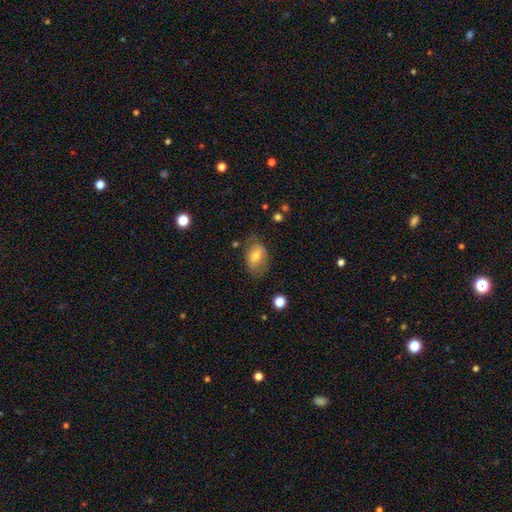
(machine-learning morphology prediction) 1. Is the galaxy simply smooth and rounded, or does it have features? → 63% smooth, 29% featured or disk, 8% star or artifact.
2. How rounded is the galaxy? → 82% in between, 17% round, 1% cigar-shaped.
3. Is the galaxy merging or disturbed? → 59% none, 26% minor disturbance, 12% major disturbance, 2% merger.